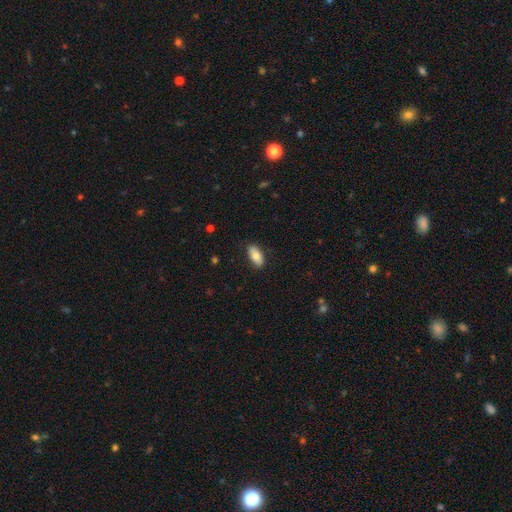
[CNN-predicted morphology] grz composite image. It shows a smooth galaxy with no disk features (78%) that is in between round and cigar-shaped (86%). Merging: none (85%).